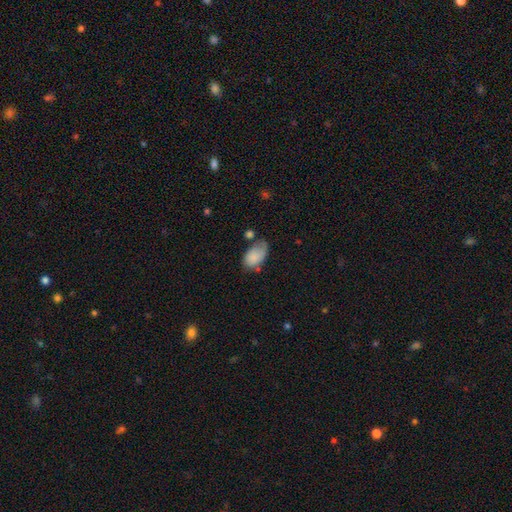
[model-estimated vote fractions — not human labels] smooth_or_featured: smooth (p=0.81) [alt: featured or disk p=0.11]
how_rounded: in between (p=0.92) [alt: round p=0.07]
merging: none (p=0.44) [alt: minor disturbance p=0.32]